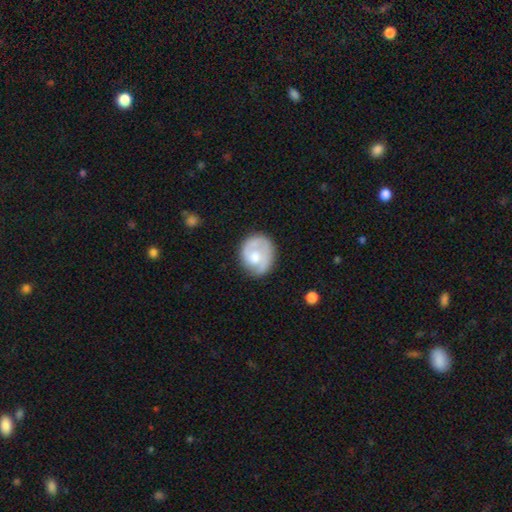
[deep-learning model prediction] A featured or disk galaxy (63%) with no bar (71%), 1 (41%) tight (45%) spiral arms (82%) and a moderate central bulge (56%).

Vote fractions:
- Smooth or featured? featured or disk: 63% / smooth: 31% / star or artifact: 6%
- Edge-on disk? no: 98% / yes: 2%
- Bar? no: 71% / weak: 25% / strong: 4%
- Spiral arms? yes: 82% / no: 18%
- Spiral winding? tight: 45% / medium: 36% / loose: 18%
- Spiral arm count? 1: 41% / 2: 37% / can't tell: 15% / 3: 4% / 4: 2% / more than 4: 1%
- Bulge size? moderate: 56% / small: 21% / large: 15% / none: 6% / dominant: 2%
- Merging? none: 69% / minor disturbance: 20% / major disturbance: 9% / merger: 2%